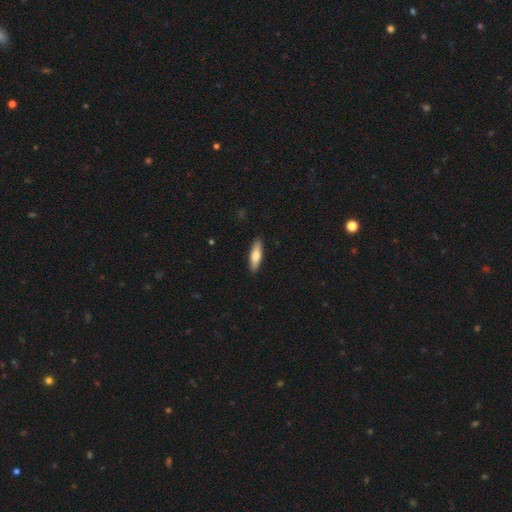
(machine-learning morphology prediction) Smooth or featured? Predicted: smooth (p=0.70). How rounded? Predicted: cigar-shaped (p=0.61). Merging? Predicted: none (p=0.90).